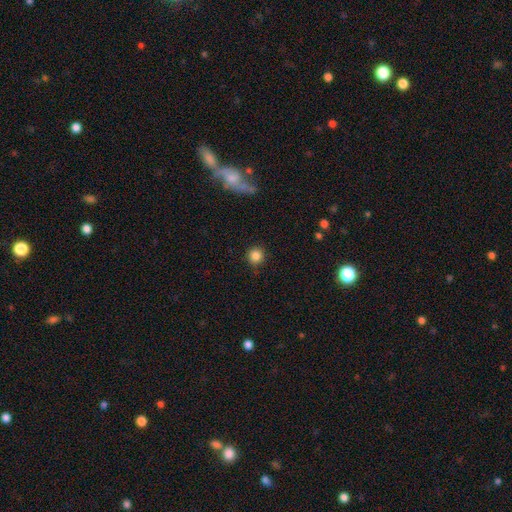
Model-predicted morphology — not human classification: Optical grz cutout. It shows a smooth galaxy with no disk features (85%) that is round (94%). Merging: none (89%).